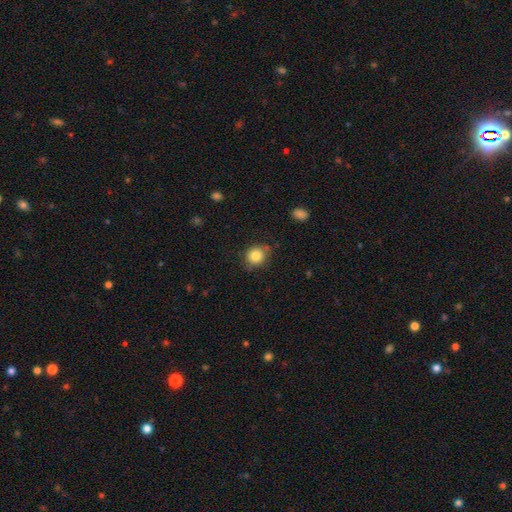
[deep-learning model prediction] Smooth or featured? Predicted: smooth (p=0.83). How rounded? Predicted: round (p=0.80). Merging? Predicted: none (p=0.77).